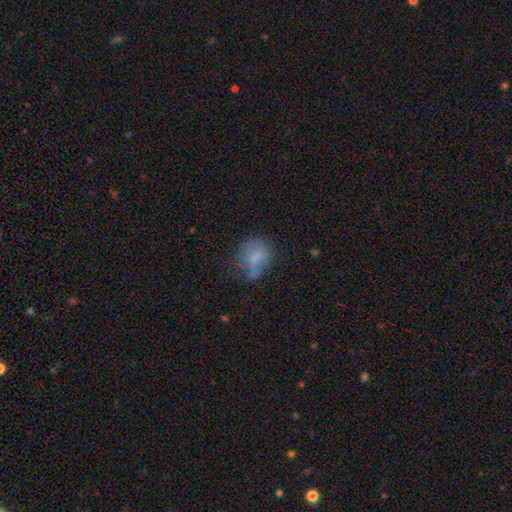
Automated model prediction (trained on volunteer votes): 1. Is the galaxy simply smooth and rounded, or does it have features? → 64% smooth, 25% featured or disk, 11% star or artifact.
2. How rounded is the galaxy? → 52% round, 47% in between, 2% cigar-shaped.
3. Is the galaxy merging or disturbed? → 41% none, 31% minor disturbance, 22% major disturbance, 6% merger.